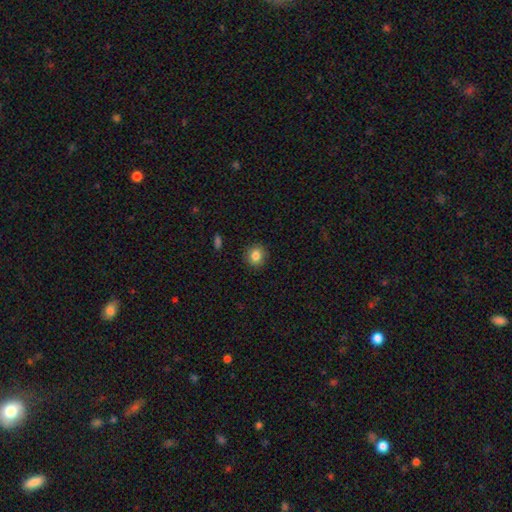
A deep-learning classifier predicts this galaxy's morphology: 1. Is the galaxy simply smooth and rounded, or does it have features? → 84% smooth, 10% star or artifact, 6% featured or disk.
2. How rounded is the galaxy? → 83% round, 16% in between, 1% cigar-shaped.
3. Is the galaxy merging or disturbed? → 90% none, 7% minor disturbance, 2% major disturbance, 1% merger.